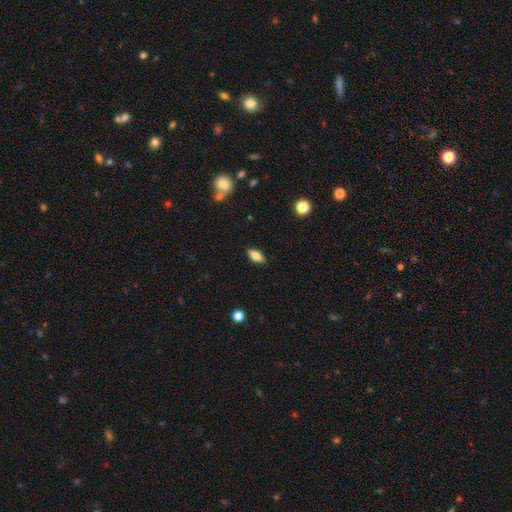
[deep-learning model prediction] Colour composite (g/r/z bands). It shows a smooth galaxy with no disk features (71%) that is in between round and cigar-shaped (81%). Merging: none (87%).